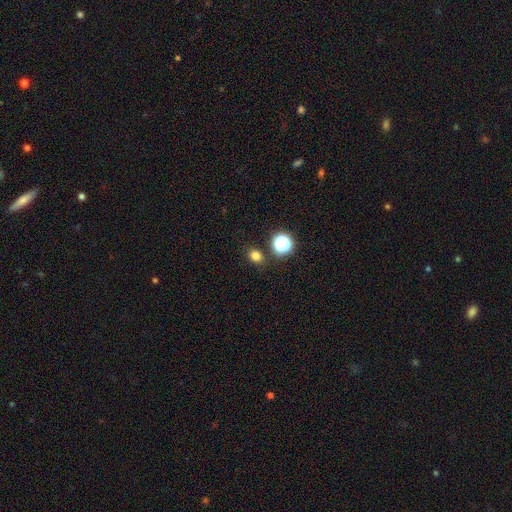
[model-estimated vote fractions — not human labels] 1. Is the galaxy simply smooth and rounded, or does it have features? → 77% smooth, 18% star or artifact, 5% featured or disk.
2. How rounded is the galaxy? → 63% round, 36% in between, 1% cigar-shaped.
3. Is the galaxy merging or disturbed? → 84% none, 8% minor disturbance, 5% merger, 3% major disturbance.